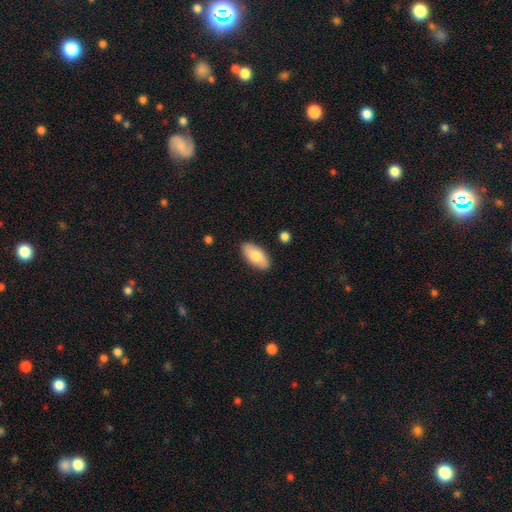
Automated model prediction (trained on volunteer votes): smooth 73%, featured or disk 21%, star or artifact 6%. Down the decision tree: how rounded — in between (93%); merging — none (87%).